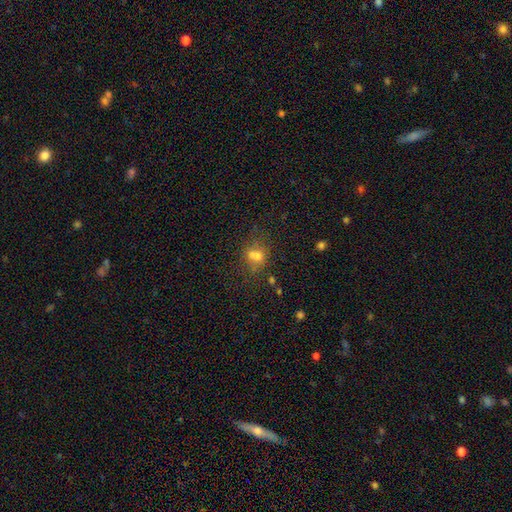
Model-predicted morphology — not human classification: smooth_or_featured: smooth (p=0.61) [alt: featured or disk p=0.20]
how_rounded: round (p=0.63) [alt: in between p=0.35]
merging: none (p=0.46) [alt: merger p=0.38]